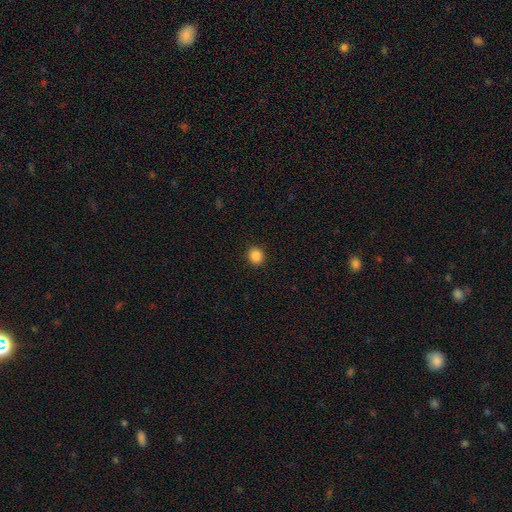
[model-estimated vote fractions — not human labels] smooth_or_featured: smooth (p=0.87) [alt: star or artifact p=0.10]
how_rounded: round (p=0.87) [alt: in between p=0.12]
merging: none (p=0.92) [alt: minor disturbance p=0.05]